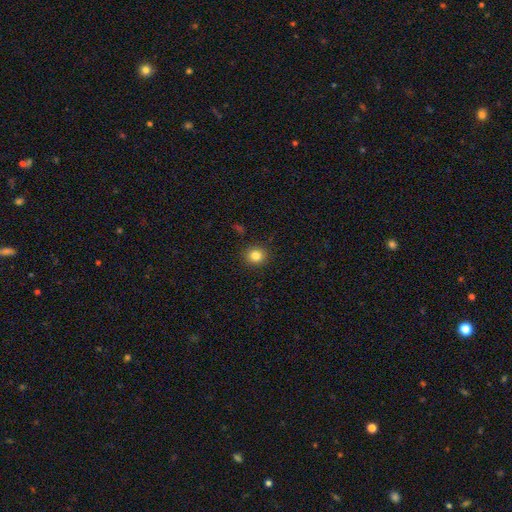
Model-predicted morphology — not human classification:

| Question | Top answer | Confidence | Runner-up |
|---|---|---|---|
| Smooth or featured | smooth | 83% | star or artifact (11%) |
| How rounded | round | 86% | in between (13%) |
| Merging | none | 90% | minor disturbance (7%) |